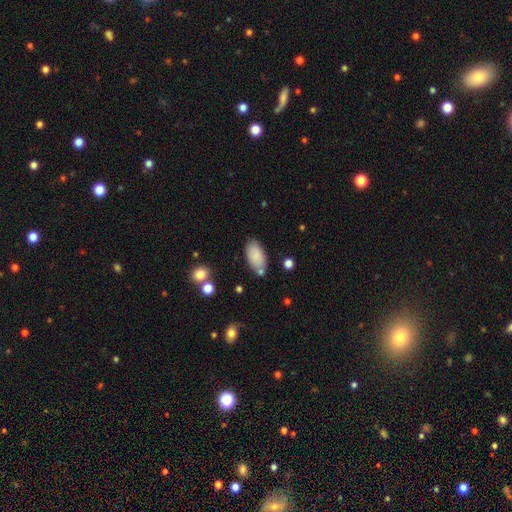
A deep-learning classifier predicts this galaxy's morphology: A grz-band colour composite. It shows a smooth galaxy with no disk features (85%) that is in between round and cigar-shaped (94%). Merging: none (73%).